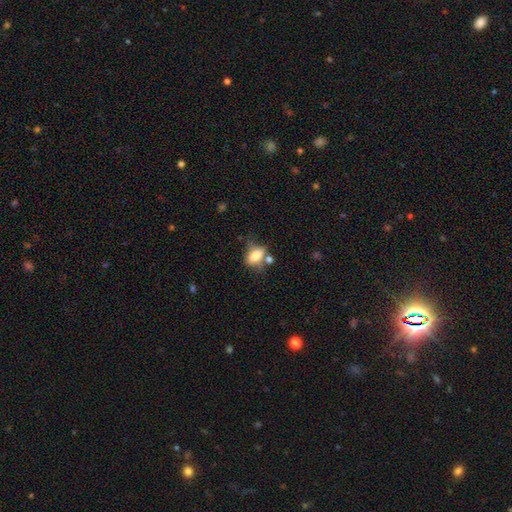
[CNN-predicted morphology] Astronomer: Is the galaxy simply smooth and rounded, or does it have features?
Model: smooth — 73%.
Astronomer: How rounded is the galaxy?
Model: in between — 80%.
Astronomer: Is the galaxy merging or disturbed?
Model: none — 50%.